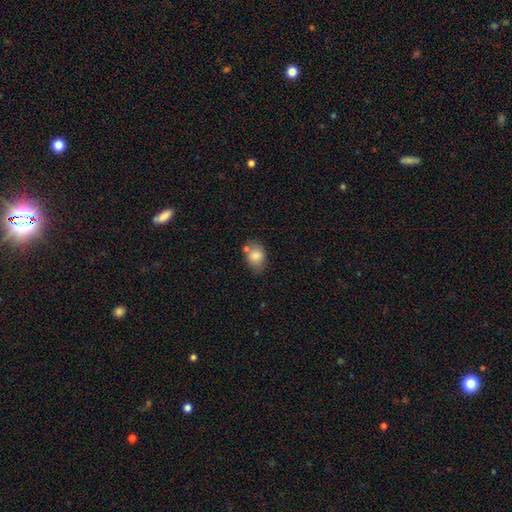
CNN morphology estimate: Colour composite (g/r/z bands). It shows a smooth galaxy with no disk features (81%) that is in between round and cigar-shaped (66%). Merging: none (62%).